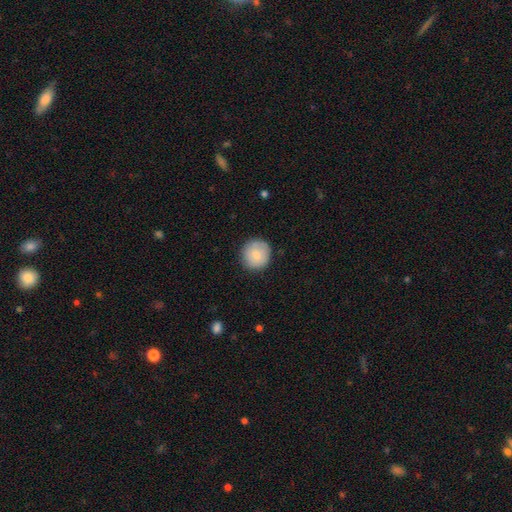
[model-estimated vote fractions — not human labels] Overall: smooth (77%). How rounded: round (94%). Merging: none (86%).